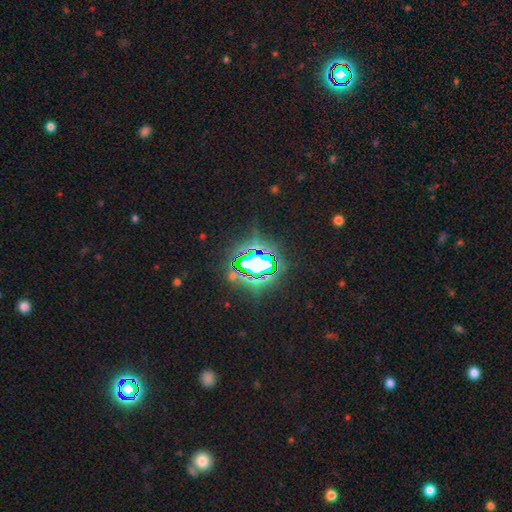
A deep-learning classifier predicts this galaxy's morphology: Overall: star or artifact (85%).